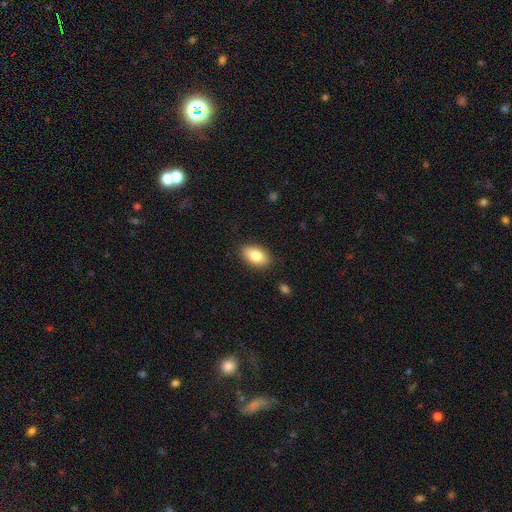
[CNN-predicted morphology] smooth-or-featured: smooth: 82% | featured or disk: 11% | star or artifact: 7%
  how-rounded: in between: 91% | round: 7% | cigar-shaped: 2%
  merging: none: 87% | minor disturbance: 9% | major disturbance: 2% | merger: 1%